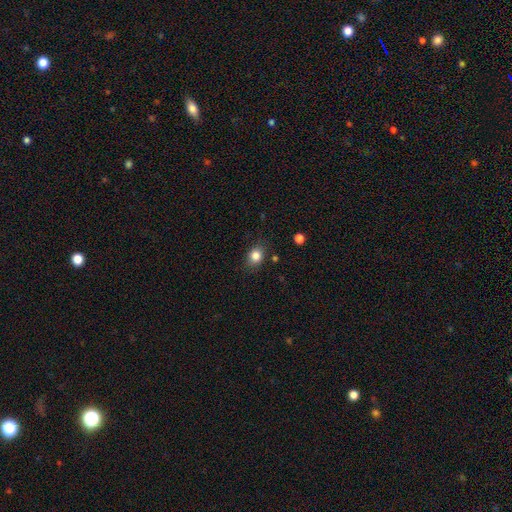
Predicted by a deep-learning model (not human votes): Smooth or featured? smooth (83%)
How rounded? round (55%)
Merging? none (81%)